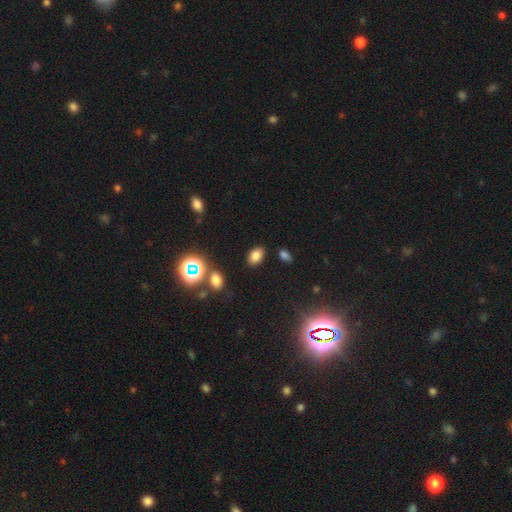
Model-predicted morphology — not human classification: Overall: smooth (75%). How rounded: in between (85%). Merging: none (84%).